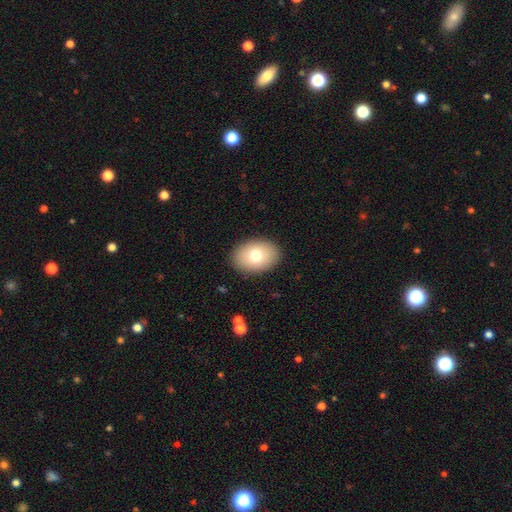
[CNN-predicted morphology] Q: Smooth or featured?
A: smooth (75%); runner-up: featured or disk (17%)
Q: How rounded?
A: in between (79%); runner-up: round (20%)
Q: Merging?
A: none (89%); runner-up: minor disturbance (8%)